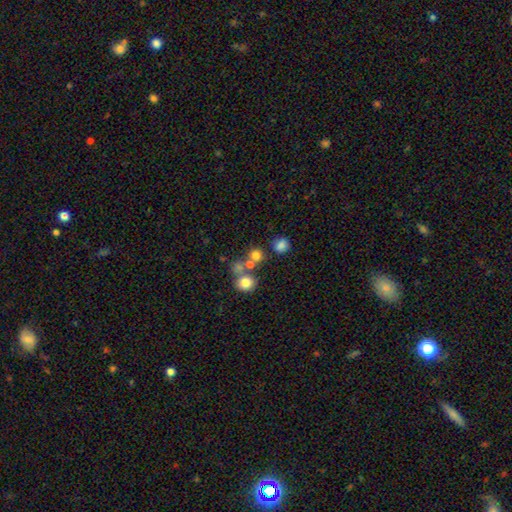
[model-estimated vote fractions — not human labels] smooth_or_featured: smooth (p=0.72) [alt: star or artifact p=0.17]
how_rounded: round (p=0.85) [alt: in between p=0.14]
merging: none (p=0.57) [alt: merger p=0.30]